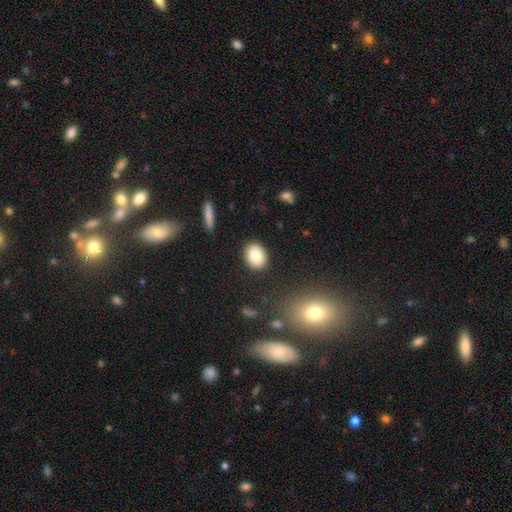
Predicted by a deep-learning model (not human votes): smooth_or_featured: smooth (p=0.84) [alt: featured or disk p=0.08]
how_rounded: in between (p=0.61) [alt: round p=0.37]
merging: none (p=0.88) [alt: minor disturbance p=0.08]